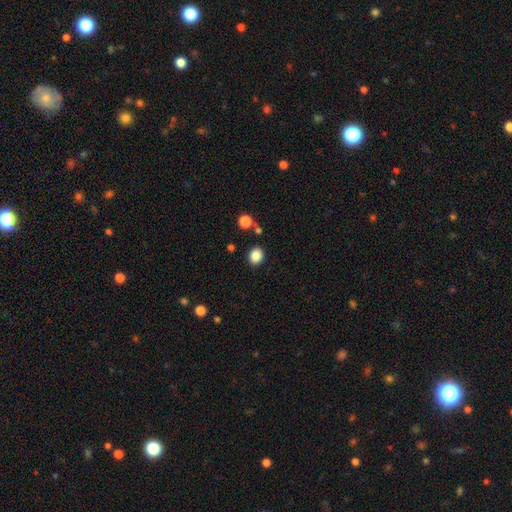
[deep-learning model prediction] smooth 86%, star or artifact 10%, featured or disk 4%. Down the decision tree: how rounded — round (60%); merging — none (85%).